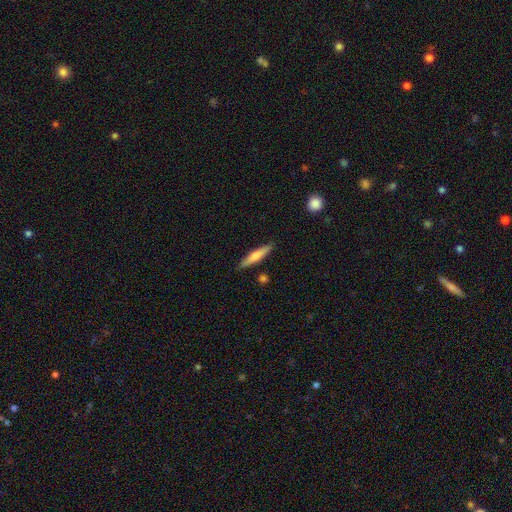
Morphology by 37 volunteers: This is possibly a featured or disk galaxy (51%). It is clearly viewed edge-on (100%). Edge-on bulge: likely rounded (74%). Merging: clearly none (92%).